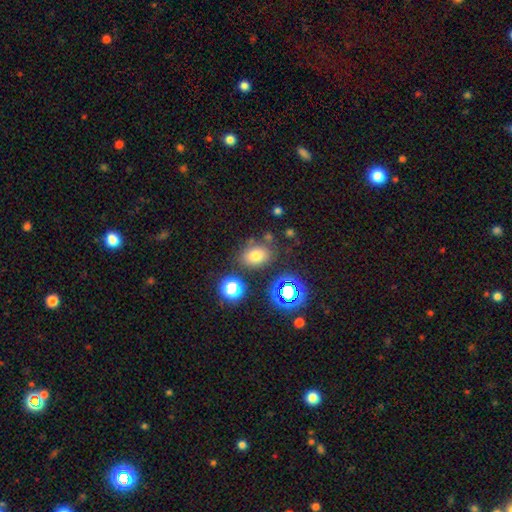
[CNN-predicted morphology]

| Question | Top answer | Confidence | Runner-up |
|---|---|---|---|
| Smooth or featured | smooth | 71% | star or artifact (19%) |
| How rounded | in between | 67% | round (32%) |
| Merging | none | 75% | minor disturbance (13%) |